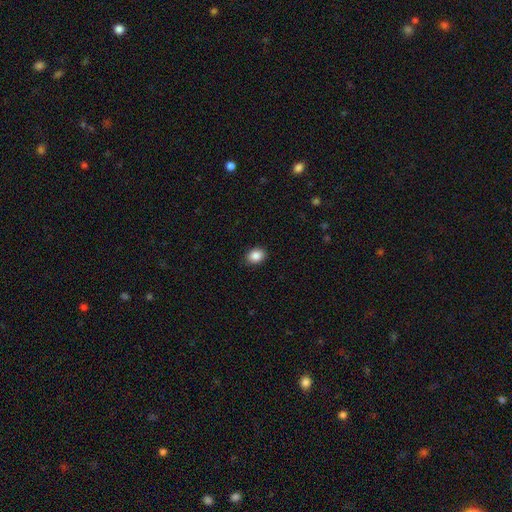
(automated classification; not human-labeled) Smooth or featured? smooth (87%)
How rounded? in between (58%)
Merging? none (89%)